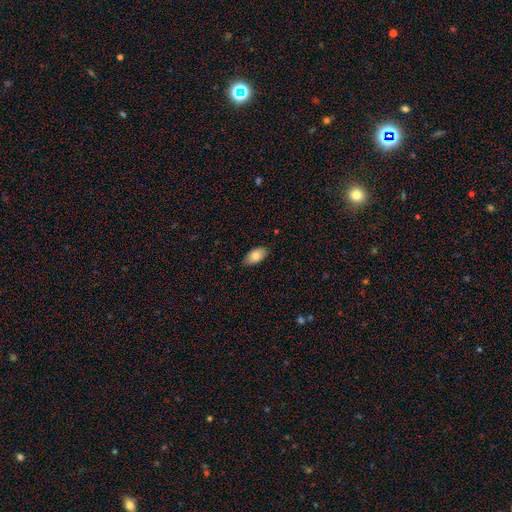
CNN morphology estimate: smooth 79%, featured or disk 14%, star or artifact 7%. Down the decision tree: how rounded — in between (93%); merging — none (83%).